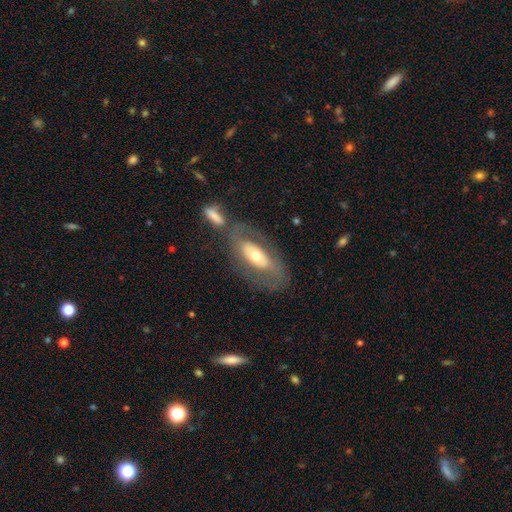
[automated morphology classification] Q: Smooth or featured?
A: featured or disk (55%); runner-up: smooth (38%)
Q: Edge-on disk?
A: no (83%); runner-up: yes (17%)
Q: Merging?
A: none (55%); runner-up: minor disturbance (17%)